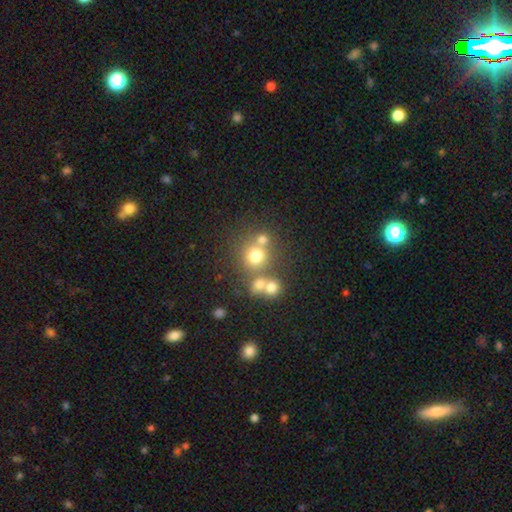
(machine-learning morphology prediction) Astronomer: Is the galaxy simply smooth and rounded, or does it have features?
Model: smooth — 70%.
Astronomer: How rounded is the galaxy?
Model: round — 87%.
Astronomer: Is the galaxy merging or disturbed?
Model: none — 57%.